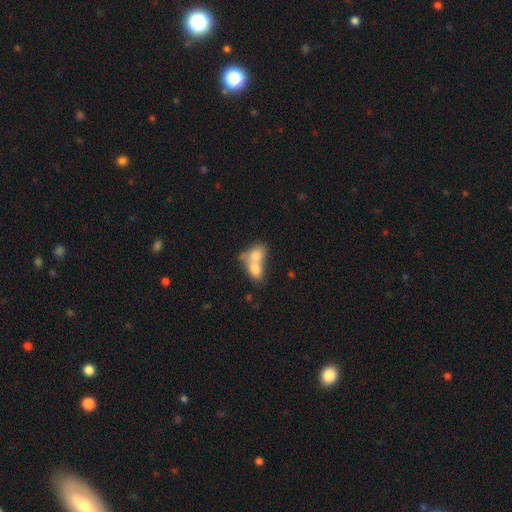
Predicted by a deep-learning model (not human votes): smooth_or_featured: smooth (p=0.74) [alt: featured or disk p=0.18]
how_rounded: in between (p=0.73) [alt: round p=0.24]
merging: merger (p=0.76) [alt: none p=0.15]